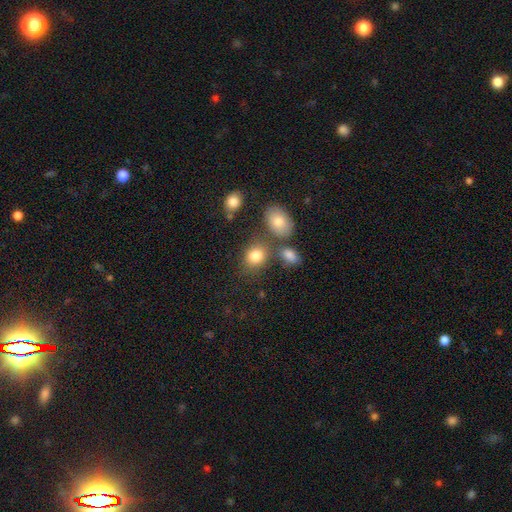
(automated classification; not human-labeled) This is clearly a smooth galaxy (81%). How rounded: possibly round (50%). Merging: likely none (61%).